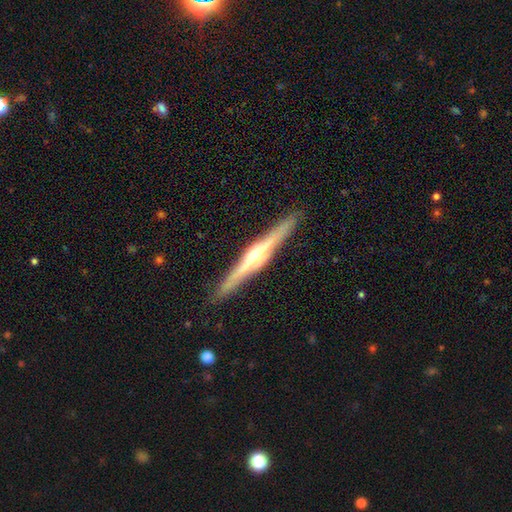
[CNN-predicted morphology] A featured or disk galaxy (82%) viewed edge-on (98%) with a rounded central bulge (83%). Merging: none (91%).